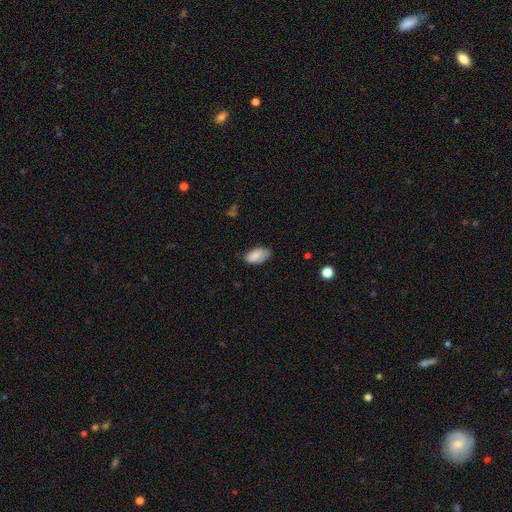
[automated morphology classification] Smooth or featured? Predicted: smooth (p=0.83). How rounded? Predicted: in between (p=0.94). Merging? Predicted: none (p=0.62).